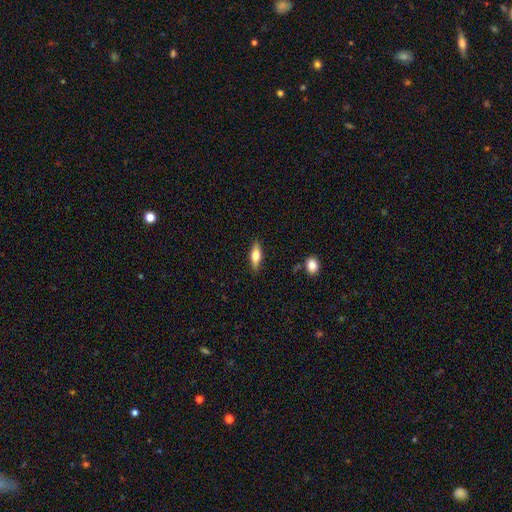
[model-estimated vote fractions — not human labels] smooth 64%, featured or disk 29%, star or artifact 7%. Down the decision tree: how rounded — in between (61%); merging — none (85%).